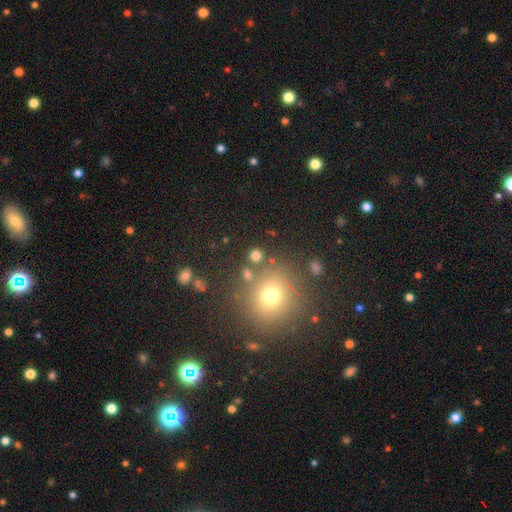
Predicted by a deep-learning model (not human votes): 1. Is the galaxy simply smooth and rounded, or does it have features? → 73% smooth, 20% star or artifact, 7% featured or disk.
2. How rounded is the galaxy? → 86% round, 12% in between, 1% cigar-shaped.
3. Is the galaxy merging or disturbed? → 80% none, 9% merger, 7% minor disturbance, 4% major disturbance.